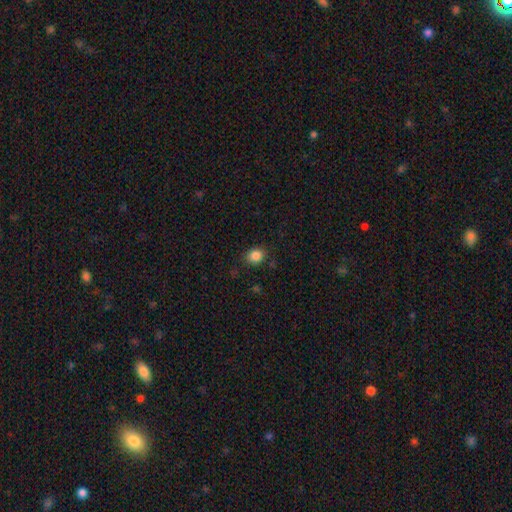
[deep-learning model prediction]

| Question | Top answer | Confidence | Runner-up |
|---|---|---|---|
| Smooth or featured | smooth | 86% | star or artifact (10%) |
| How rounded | round | 63% | in between (36%) |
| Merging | none | 85% | minor disturbance (11%) |